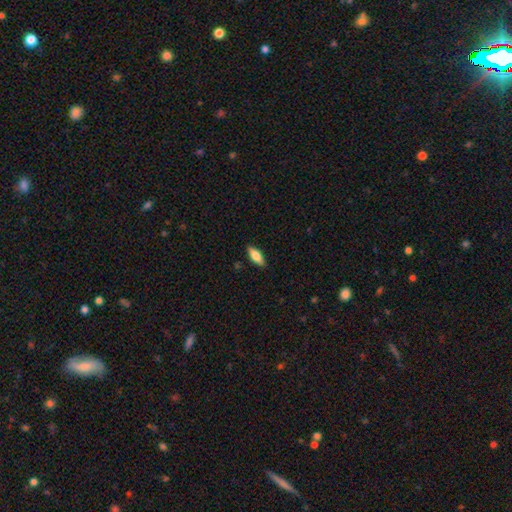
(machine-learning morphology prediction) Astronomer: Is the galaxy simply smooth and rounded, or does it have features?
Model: smooth — 65%.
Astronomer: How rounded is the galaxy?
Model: in between — 69%.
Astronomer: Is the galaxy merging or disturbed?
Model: none — 88%.